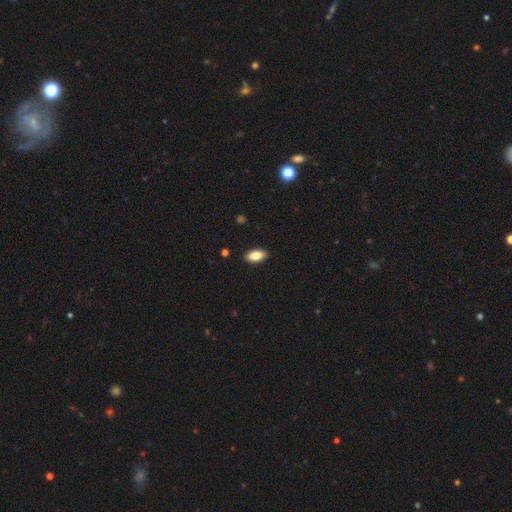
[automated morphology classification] Overall: smooth (84%). How rounded: in between (92%). Merging: none (90%).